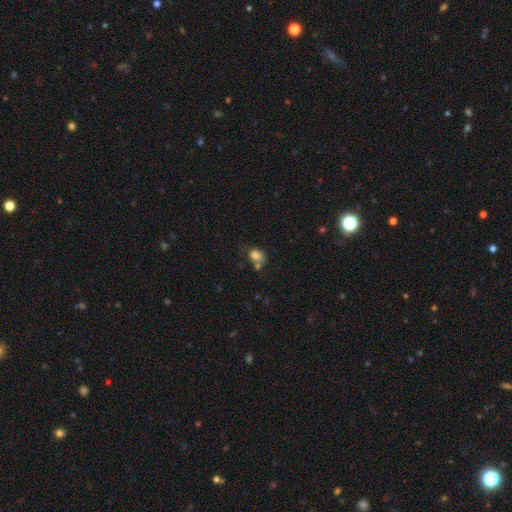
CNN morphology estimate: smooth 80%, star or artifact 11%, featured or disk 8%. Down the decision tree: how rounded — in between (56%); merging — none (45%).